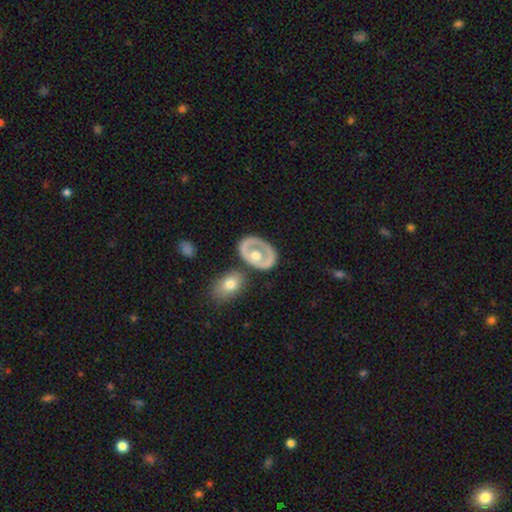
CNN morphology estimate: A featured or disk galaxy (59%) with no bar (89%), no spiral arms (89%) and a moderate central bulge (77%). Merging: none (68%).